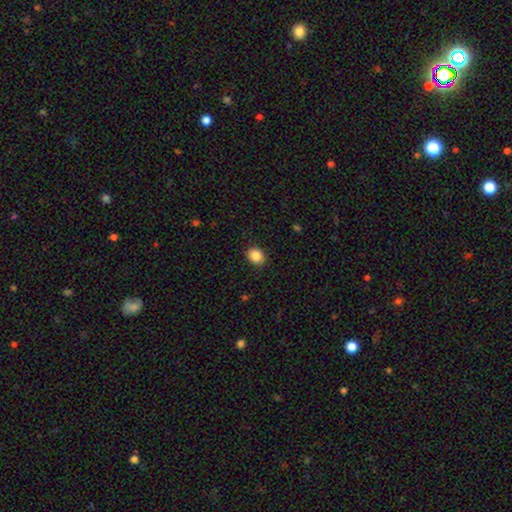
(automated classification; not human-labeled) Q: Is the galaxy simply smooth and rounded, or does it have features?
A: smooth — 87%.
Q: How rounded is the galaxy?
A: round — 52%.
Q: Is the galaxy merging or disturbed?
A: none — 89%.